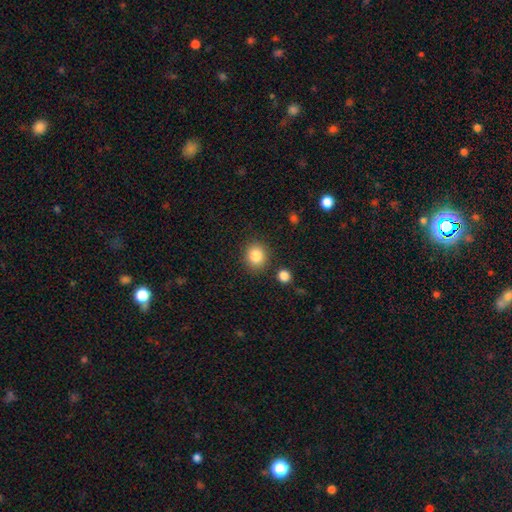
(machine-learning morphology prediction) This appears to be a smooth galaxy with no disk features (86%) that is round (78%). Merging: none (85%).